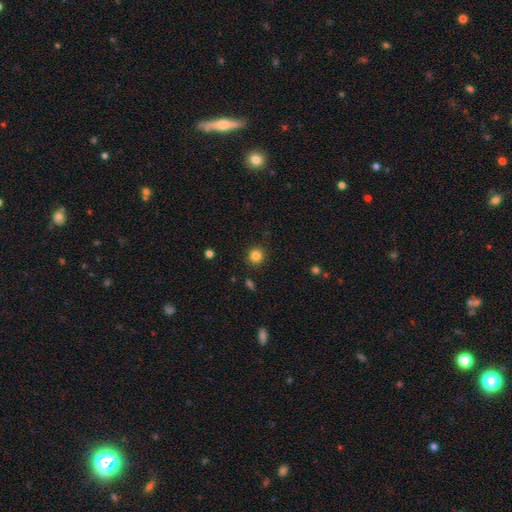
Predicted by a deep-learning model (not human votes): Morphology: type=smooth (84%); roundness=round (92%); merging=none (90%).